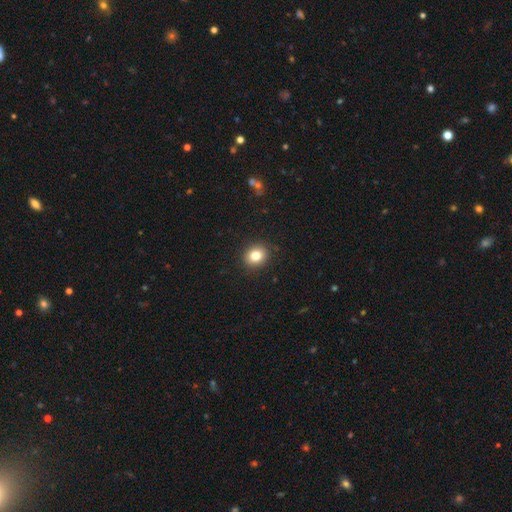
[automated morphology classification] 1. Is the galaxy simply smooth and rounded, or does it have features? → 80% smooth, 11% star or artifact, 9% featured or disk.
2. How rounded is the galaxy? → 72% round, 27% in between, 1% cigar-shaped.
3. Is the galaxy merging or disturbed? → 91% none, 6% minor disturbance, 2% major disturbance, 1% merger.